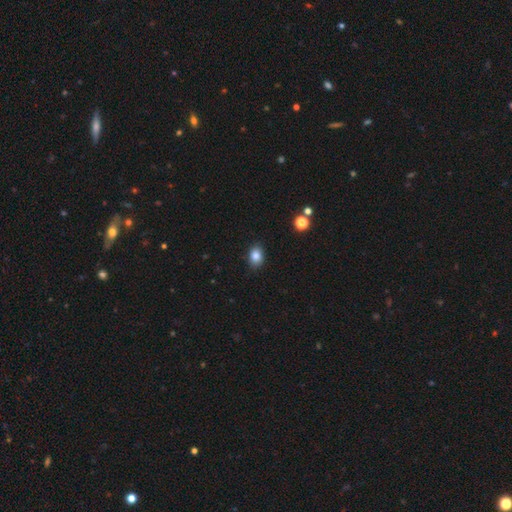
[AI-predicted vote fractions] The model was most divided on "how rounded": in between: 75%, round: 24%, cigar-shaped: 1%. More confident: merging — none (87%); smooth or featured — smooth (84%).